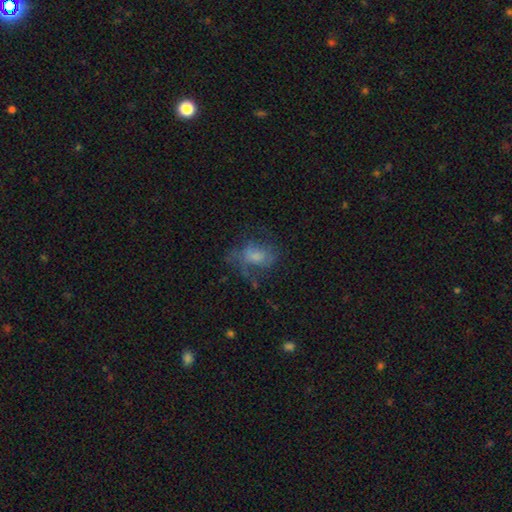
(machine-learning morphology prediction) smooth_or_featured: smooth (p=0.43) [alt: featured or disk p=0.42]
merging: none (p=0.47) [alt: major disturbance p=0.28]